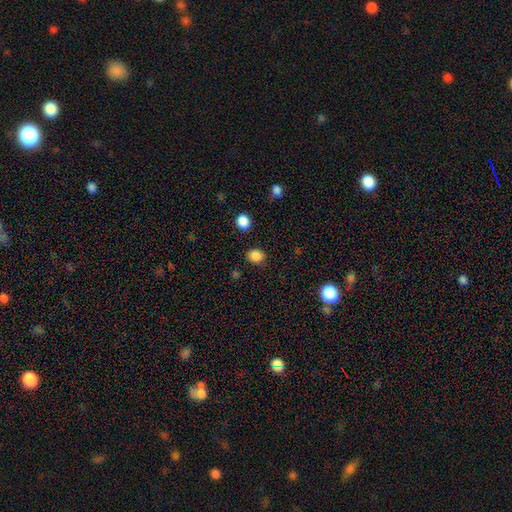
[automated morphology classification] smooth 85%, star or artifact 12%, featured or disk 3%. Down the decision tree: how rounded — round (74%); merging — none (87%).